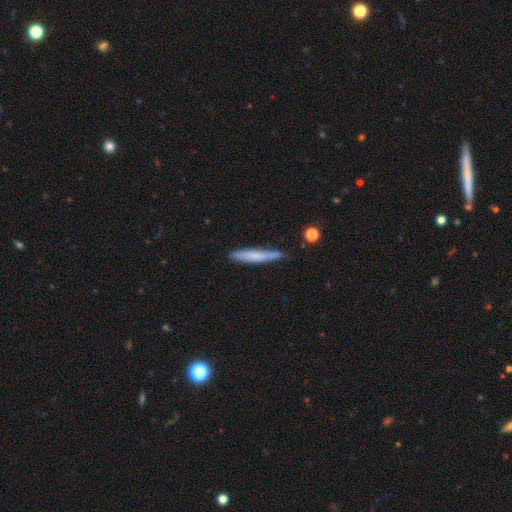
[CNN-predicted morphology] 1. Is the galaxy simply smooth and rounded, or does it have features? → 64% smooth, 30% featured or disk, 6% star or artifact.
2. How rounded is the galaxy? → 94% cigar-shaped, 4% in between, 1% round.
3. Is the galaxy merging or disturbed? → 76% none, 18% minor disturbance, 3% merger, 3% major disturbance.